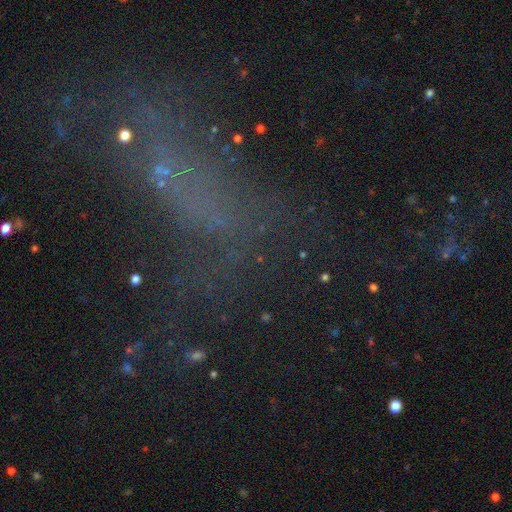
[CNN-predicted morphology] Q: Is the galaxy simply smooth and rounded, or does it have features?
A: star or artifact — 42%.